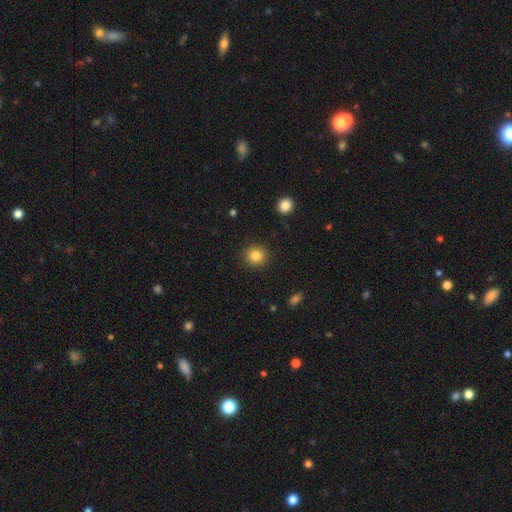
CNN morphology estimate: Smooth or featured?
  - smooth: 84% *
  - star or artifact: 10%
  - featured or disk: 6%
How rounded?
  - round: 88% *
  - in between: 12%
  - cigar-shaped: 1%
Merging?
  - none: 91% *
  - minor disturbance: 6%
  - major disturbance: 2%
  - merger: 1%